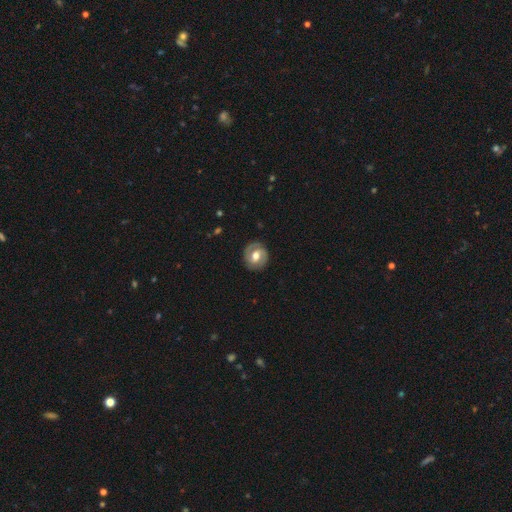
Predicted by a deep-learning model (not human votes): Smooth or featured? featured or disk (70%)
Edge-on disk? no (97%)
Bar? weak (47%)
Spiral arms? yes (85%)
Spiral winding? tight (51%)
Spiral arm count? 2 (85%)
Bulge size? moderate (71%)
Merging? none (85%)